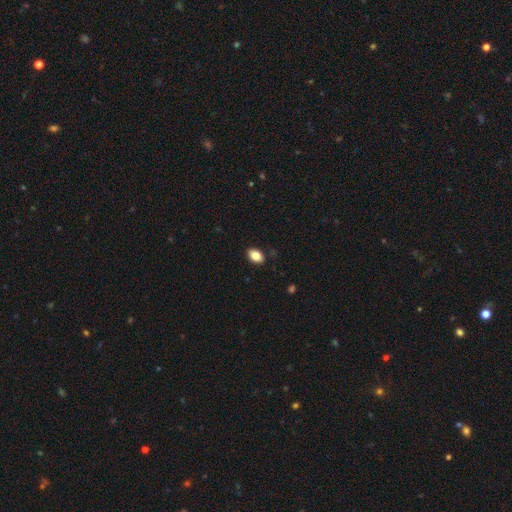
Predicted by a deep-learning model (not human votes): Morphology: type=smooth (85%); roundness=in between (86%); merging=none (87%).